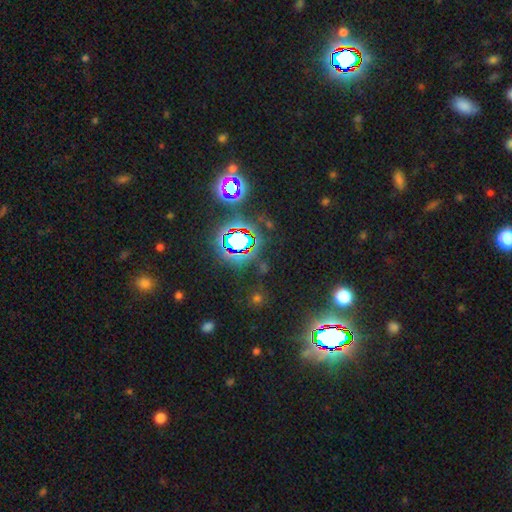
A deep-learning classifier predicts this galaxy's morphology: Smooth or featured: star or artifact — 80% (smooth — 13%)